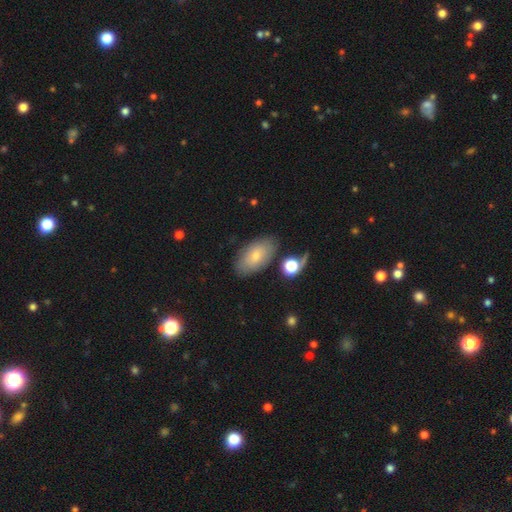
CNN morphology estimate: Smooth or featured? smooth (70%)
How rounded? in between (93%)
Merging? none (76%)